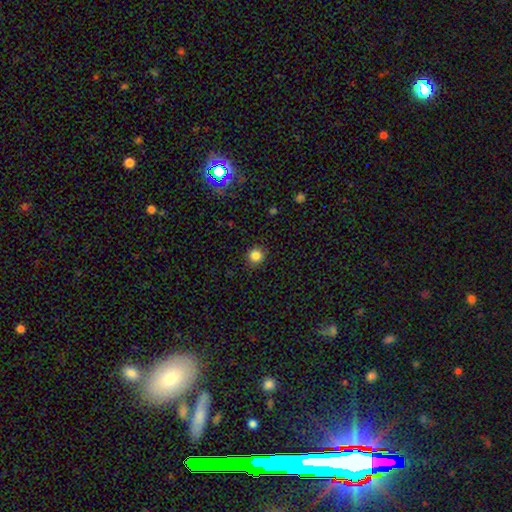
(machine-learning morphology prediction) Overall: smooth (84%). How rounded: round (91%). Merging: none (90%).